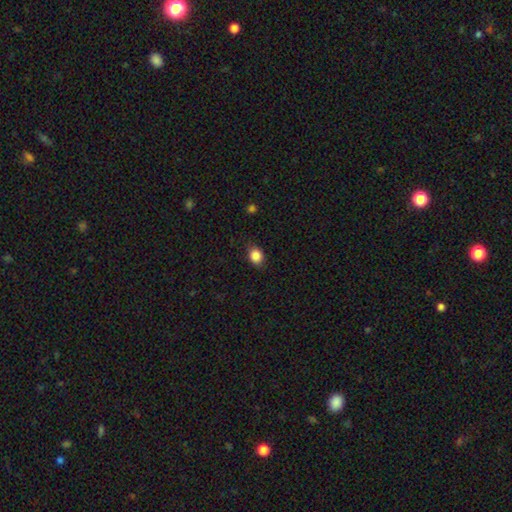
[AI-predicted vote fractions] This is clearly a smooth galaxy (87%). How rounded: possibly round (54%). Merging: clearly none (84%).